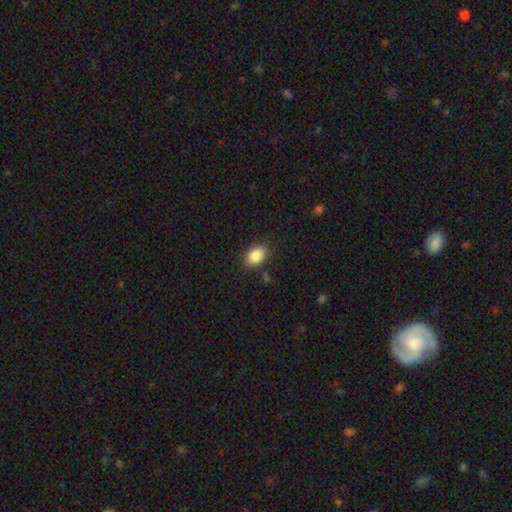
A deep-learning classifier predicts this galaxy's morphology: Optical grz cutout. It shows a smooth galaxy with no disk features (86%) that is in between round and cigar-shaped (73%). Merging: none (83%).